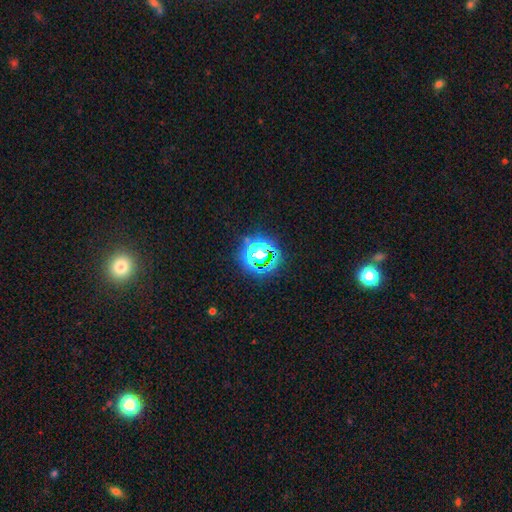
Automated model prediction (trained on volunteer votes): This appears to be a star or artifact, not a galaxy (73%).